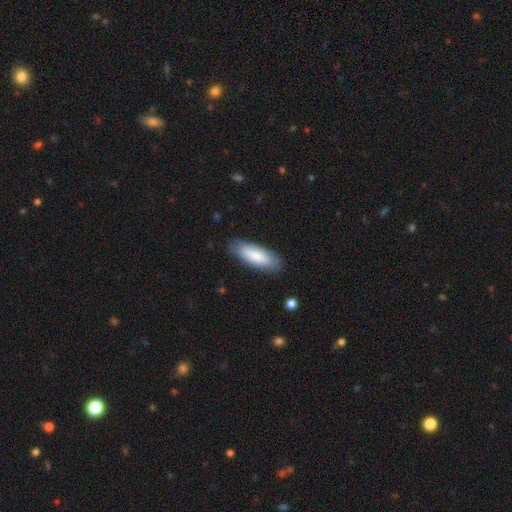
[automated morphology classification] The model was most divided on "how rounded": in between: 66%, cigar-shaped: 33%, round: 1%. More confident: merging — none (83%); smooth or featured — smooth (83%).